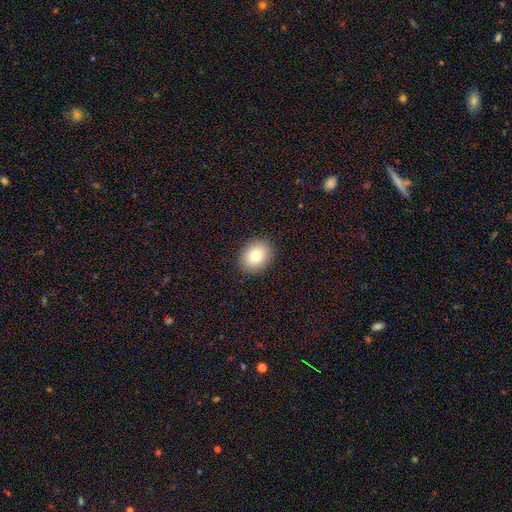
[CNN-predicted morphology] A smooth galaxy with no disk features (80%) that is in between round and cigar-shaped (54%). Merging: none (89%).